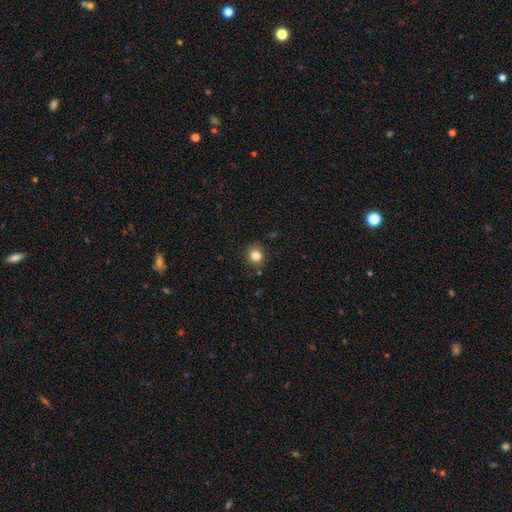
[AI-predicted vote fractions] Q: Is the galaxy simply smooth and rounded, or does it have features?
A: smooth — 83%.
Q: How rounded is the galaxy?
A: round — 81%.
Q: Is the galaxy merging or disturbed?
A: none — 82%.